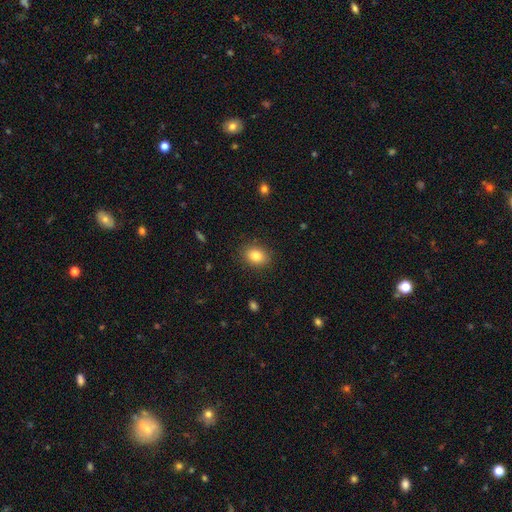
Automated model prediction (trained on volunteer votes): Smooth or featured?
  - smooth: 83% *
  - star or artifact: 10%
  - featured or disk: 8%
How rounded?
  - in between: 64% *
  - round: 35%
  - cigar-shaped: 1%
Merging?
  - none: 88% *
  - minor disturbance: 9%
  - major disturbance: 3%
  - merger: 1%